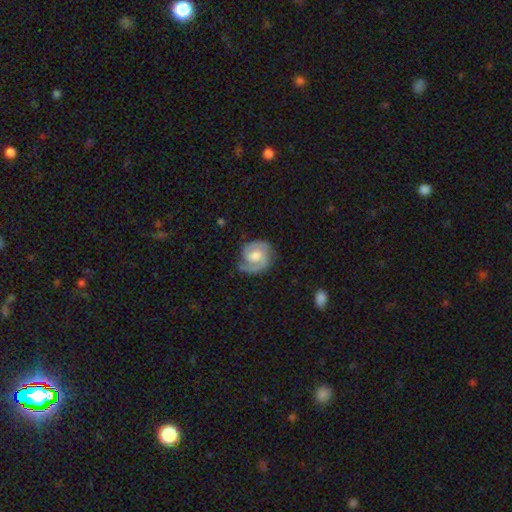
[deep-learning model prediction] This is clearly a featured or disk galaxy (83%). It is clearly not viewed edge-on (98%). Bar: possibly no (48%). Spiral arm pattern: clearly yes (96%). Spiral arm count: clearly 2 (80%). Spiral winding: possibly tight (49%). Central bulge: likely moderate (63%). Merging: likely none (71%).